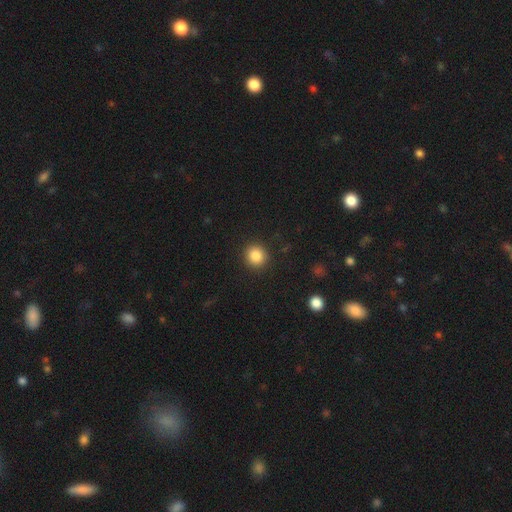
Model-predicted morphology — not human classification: This is clearly a smooth galaxy (86%). How rounded: clearly round (91%). Merging: clearly none (91%).